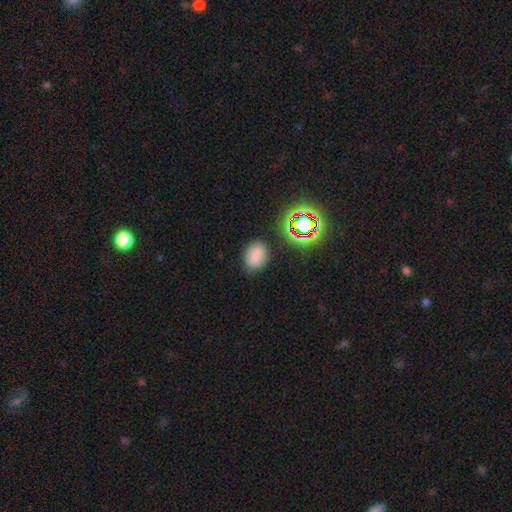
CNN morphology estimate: Smooth or featured: smooth — 77% (star or artifact — 16%)
How rounded: in between — 70% (round — 29%)
Merging: none — 81% (minor disturbance — 12%)